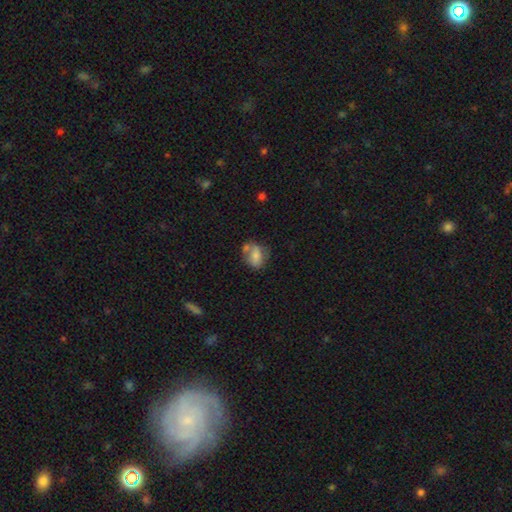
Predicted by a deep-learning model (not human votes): This is likely a smooth galaxy (69%). How rounded: likely in between (68%). Merging: marginally none (43%).